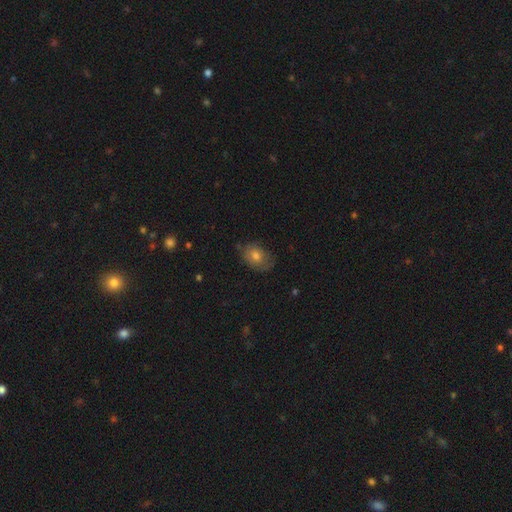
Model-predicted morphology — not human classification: This appears to be a smooth galaxy with no disk features (67%) that is in between round and cigar-shaped (69%). Merging: none (67%).